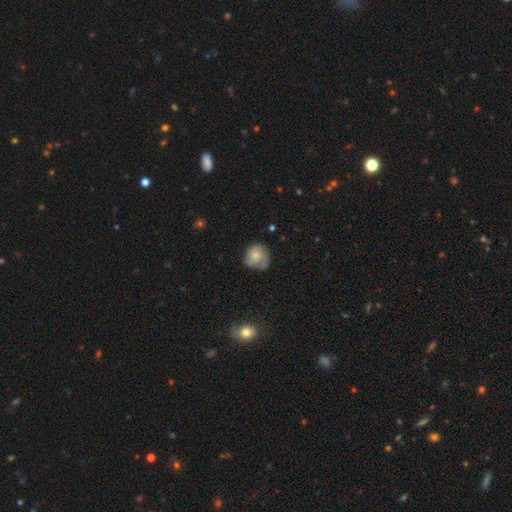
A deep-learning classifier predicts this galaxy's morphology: This appears to be a smooth galaxy with no disk features (63%) that is round (80%). Merging: none (53%).